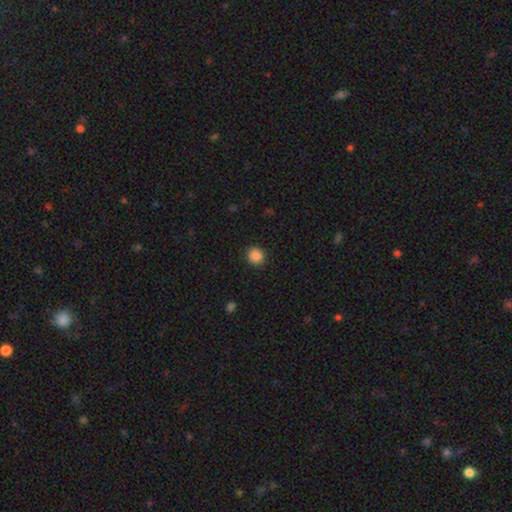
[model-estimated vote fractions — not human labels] smooth-or-featured: smooth: 87% | star or artifact: 10% | featured or disk: 3%
  how-rounded: round: 88% | in between: 11% | cigar-shaped: 1%
  merging: none: 92% | minor disturbance: 5% | major disturbance: 2% | merger: 1%